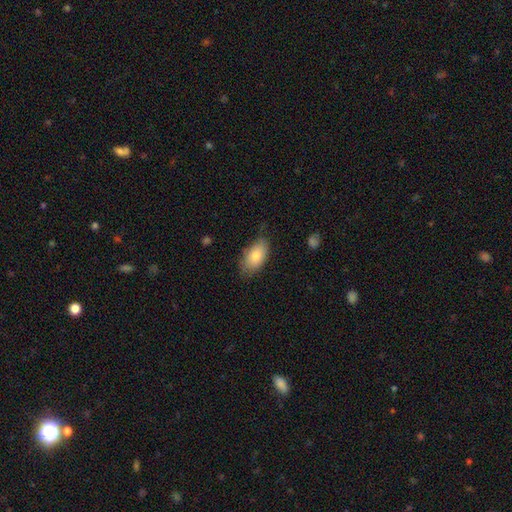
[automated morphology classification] This appears to be a smooth galaxy with no disk features (81%) that is in between round and cigar-shaped (93%). Merging: none (72%).